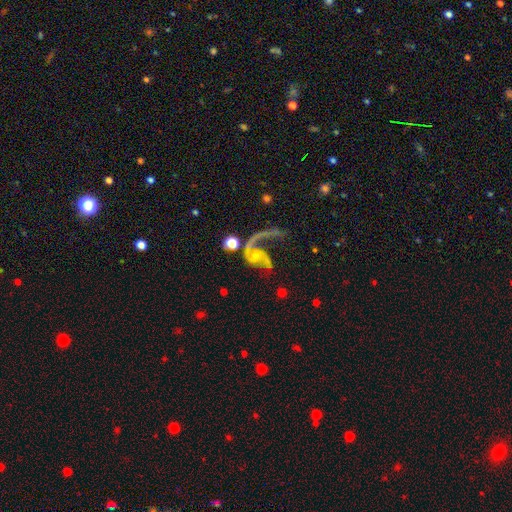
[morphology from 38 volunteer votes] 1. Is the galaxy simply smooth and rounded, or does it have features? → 95% featured or disk, 5% star or artifact, 0% smooth.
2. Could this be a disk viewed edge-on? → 94% no, 6% yes.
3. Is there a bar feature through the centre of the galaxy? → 53% weak, 44% no, 3% strong.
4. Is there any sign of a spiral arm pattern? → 100% yes, 0% no.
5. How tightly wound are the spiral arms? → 50% medium, 47% loose, 3% tight.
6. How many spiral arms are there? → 91% 2, 9% 1, 0% 3, 0% 4, 0% more than 4, 0% can't tell.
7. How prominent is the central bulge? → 79% small, 21% moderate, 0% dominant, 0% large, 0% none.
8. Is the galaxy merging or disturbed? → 75% none, 14% major disturbance, 8% minor disturbance, 3% merger.